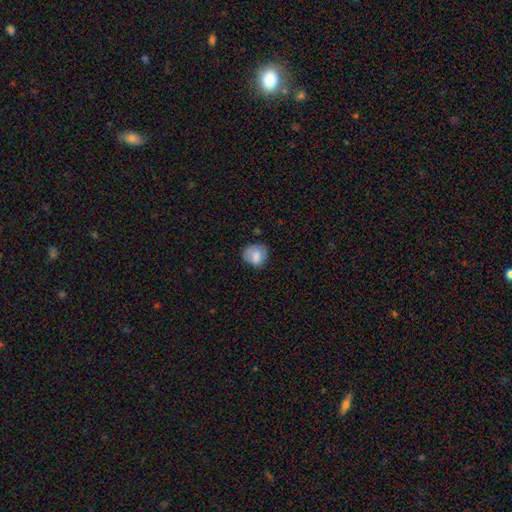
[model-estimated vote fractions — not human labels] A smooth galaxy with no disk features (80%) that is round (73%).

Vote fractions:
- Smooth or featured? smooth: 80% / featured or disk: 12% / star or artifact: 8%
- How rounded? round: 73% / in between: 26% / cigar-shaped: 1%
- Merging? none: 66% / minor disturbance: 26% / major disturbance: 7% / merger: 2%